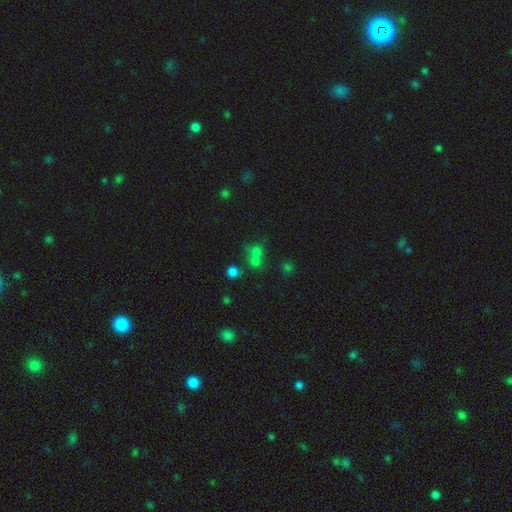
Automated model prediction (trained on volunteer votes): Morphology: type=smooth (62%); roundness=round (79%); merging=merger (45%).